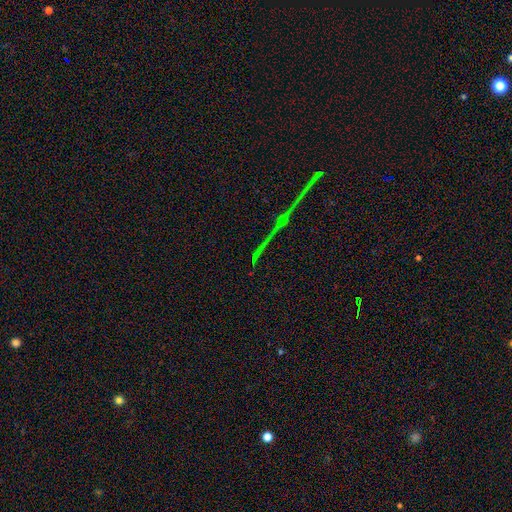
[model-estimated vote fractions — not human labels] A star or artifact, not a galaxy (76%).

Vote fractions:
- Smooth or featured? star or artifact: 76% / featured or disk: 13% / smooth: 11%